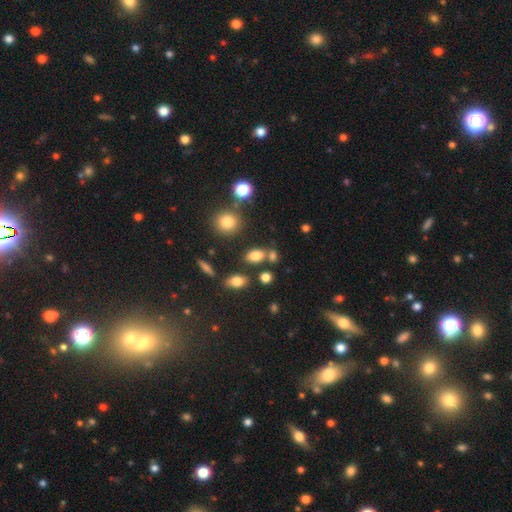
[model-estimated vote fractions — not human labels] Overall: smooth (78%). How rounded: in between (82%). Merging: none (64%).